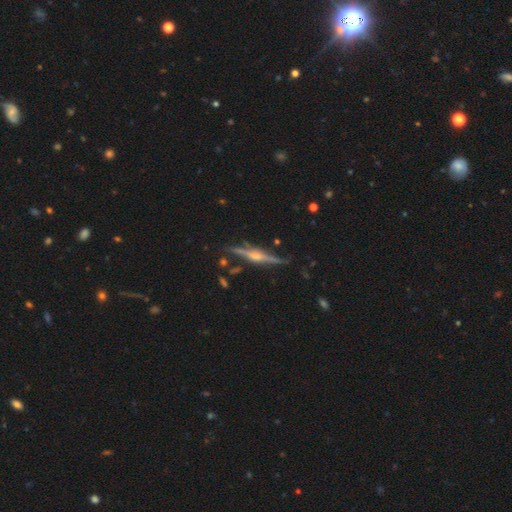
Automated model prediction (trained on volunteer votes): smooth-or-featured: featured or disk: 85% | smooth: 9% | star or artifact: 6%
  disk-edge-on: yes: 98% | no: 2%
    edge-on-bulge: rounded: 88% | boxy: 8% | none: 4%
  merging: none: 83% | minor disturbance: 11% | merger: 3% | major disturbance: 3%